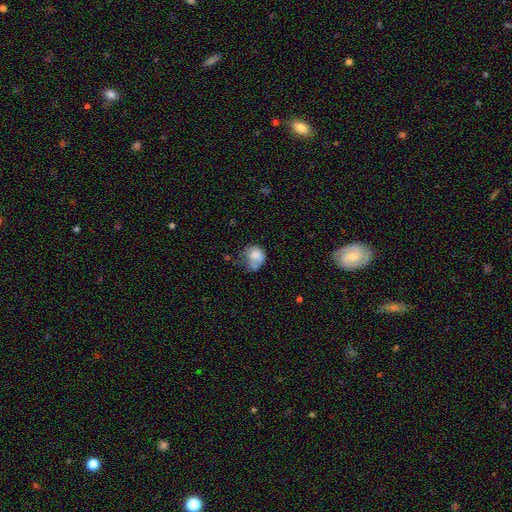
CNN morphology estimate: smooth_or_featured: smooth (p=0.72) [alt: featured or disk p=0.19]
how_rounded: round (p=0.63) [alt: in between p=0.36]
merging: none (p=0.31) [alt: minor disturbance p=0.29]